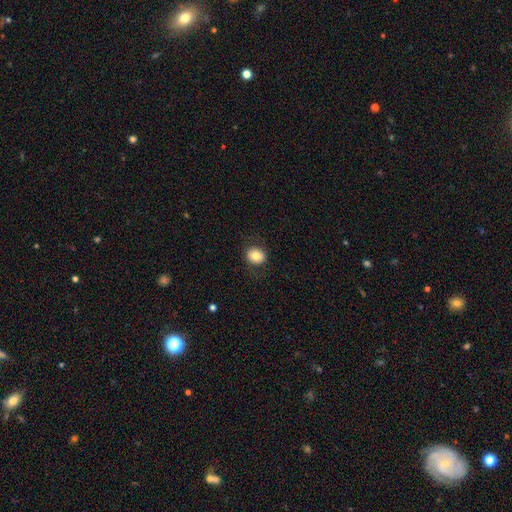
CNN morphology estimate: The model was most divided on "how rounded": round: 60%, in between: 39%, cigar-shaped: 1%. More confident: merging — none (84%); smooth or featured — smooth (79%).